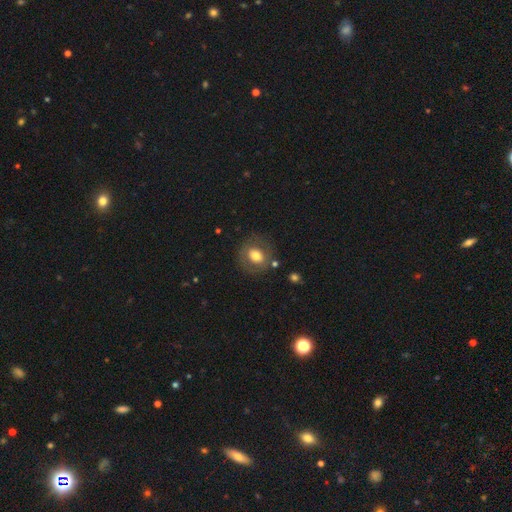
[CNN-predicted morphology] smooth_or_featured: smooth (p=0.65) [alt: featured or disk p=0.26]
how_rounded: round (p=0.70) [alt: in between p=0.29]
merging: none (p=0.79) [alt: minor disturbance p=0.12]